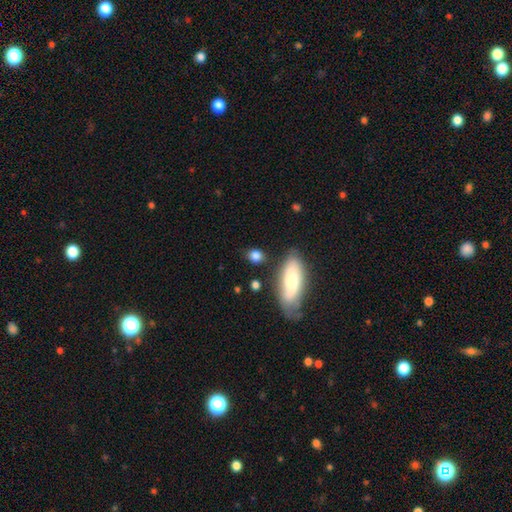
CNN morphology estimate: Smooth or featured? smooth (82%)
How rounded? in between (56%)
Merging? none (70%)